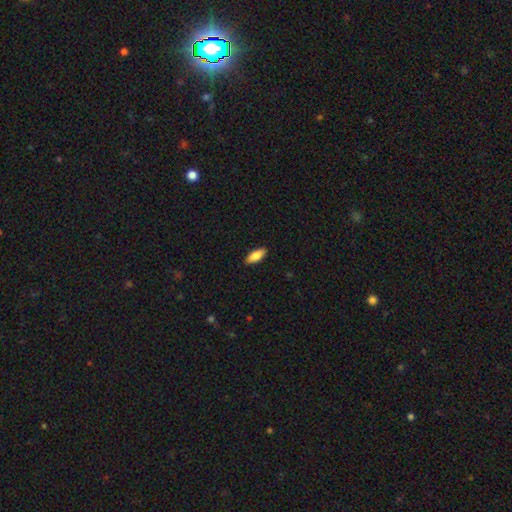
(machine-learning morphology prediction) Smooth or featured? smooth (84%)
How rounded? in between (76%)
Merging? none (88%)